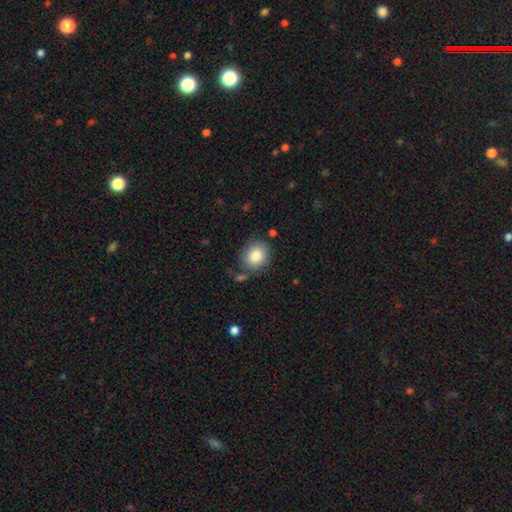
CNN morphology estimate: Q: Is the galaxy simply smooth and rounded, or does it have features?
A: smooth — 85%.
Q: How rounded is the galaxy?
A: round — 74%.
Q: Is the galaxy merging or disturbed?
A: none — 74%.